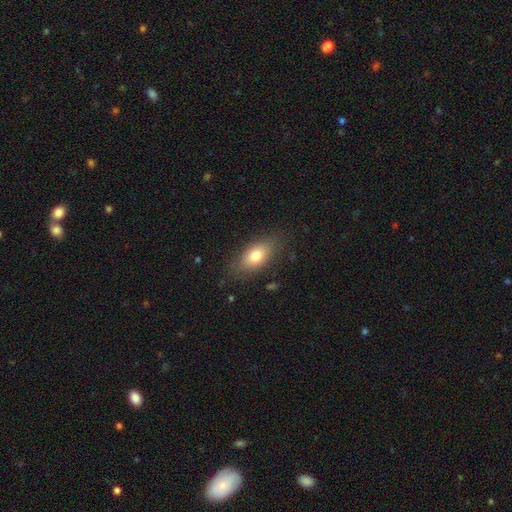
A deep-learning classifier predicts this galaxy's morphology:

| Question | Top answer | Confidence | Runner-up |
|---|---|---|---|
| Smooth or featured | smooth | 77% | featured or disk (15%) |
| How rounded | in between | 86% | round (7%) |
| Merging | none | 80% | minor disturbance (15%) |